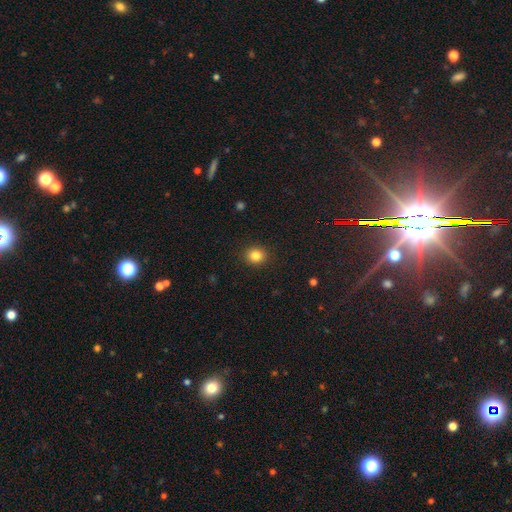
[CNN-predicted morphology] A smooth galaxy with no disk features (83%) that is round (77%).

Vote fractions:
- Smooth or featured? smooth: 83% / star or artifact: 11% / featured or disk: 5%
- How rounded? round: 77% / in between: 22% / cigar-shaped: 1%
- Merging? none: 91% / minor disturbance: 6% / major disturbance: 2% / merger: 1%